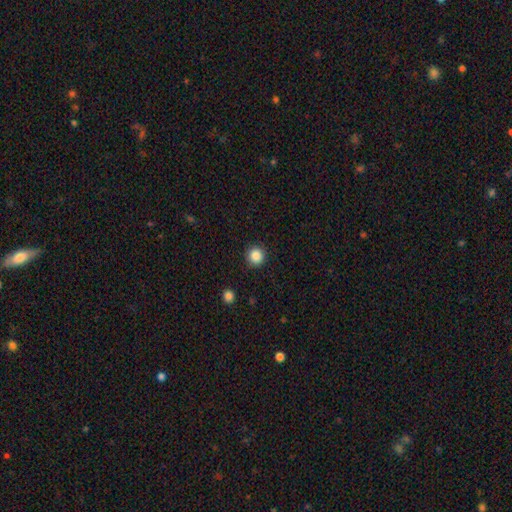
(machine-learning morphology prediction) A smooth galaxy with no disk features (86%) that is round (94%). Merging: none (91%).